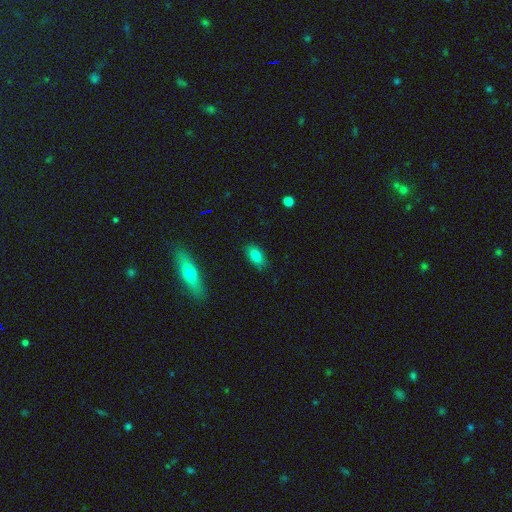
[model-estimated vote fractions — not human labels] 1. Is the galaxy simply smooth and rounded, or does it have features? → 81% smooth, 10% featured or disk, 9% star or artifact.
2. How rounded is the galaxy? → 87% in between, 7% round, 6% cigar-shaped.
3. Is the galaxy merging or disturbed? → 84% none, 12% minor disturbance, 3% major disturbance, 1% merger.